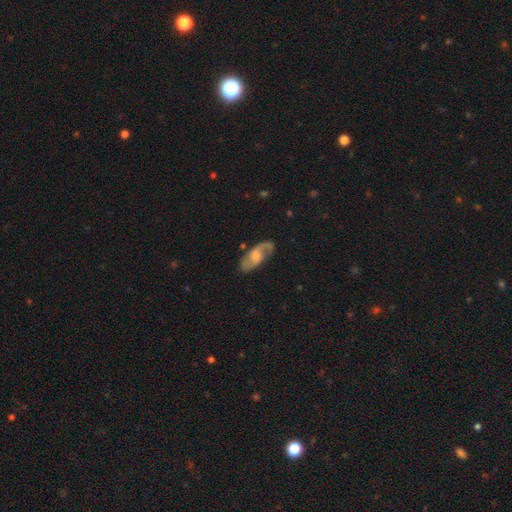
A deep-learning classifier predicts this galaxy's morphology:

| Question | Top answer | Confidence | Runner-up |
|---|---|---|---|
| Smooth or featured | featured or disk | 74% | smooth (21%) |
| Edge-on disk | no | 93% | yes (7%) |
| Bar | no | 49% | weak (43%) |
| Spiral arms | yes | 91% | no (9%) |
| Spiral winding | medium | 45% | loose (41%) |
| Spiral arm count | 2 | 84% | 1 (7%) |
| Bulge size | moderate | 40% | small (23%) |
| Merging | none | 77% | minor disturbance (15%) |